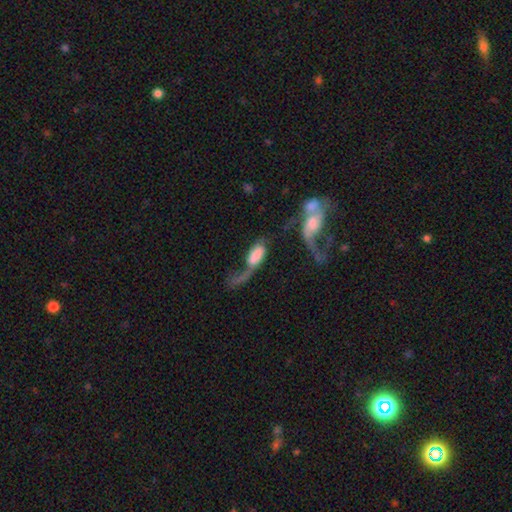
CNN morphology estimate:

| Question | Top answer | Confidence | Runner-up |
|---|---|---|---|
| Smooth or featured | featured or disk | 47% | smooth (45%) |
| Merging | merger | 37% | major disturbance (34%) |